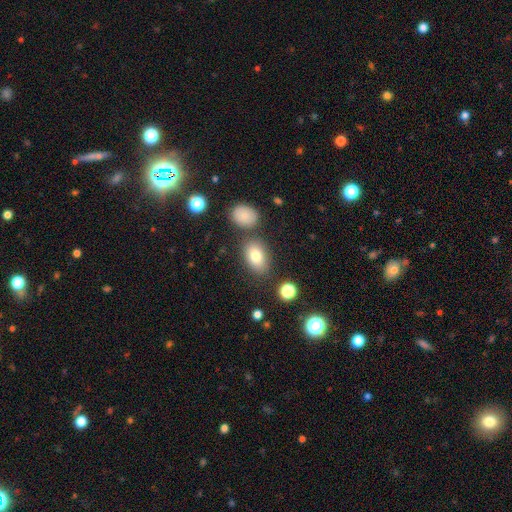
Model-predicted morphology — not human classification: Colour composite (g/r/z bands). It shows a smooth galaxy with no disk features (78%) that is in between round and cigar-shaped (83%). Merging: none (75%).